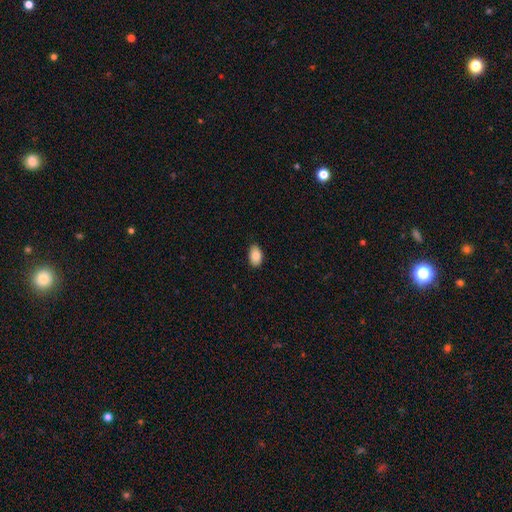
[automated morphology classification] Q: Smooth or featured?
A: smooth (84%); runner-up: featured or disk (9%)
Q: How rounded?
A: in between (91%); runner-up: round (7%)
Q: Merging?
A: none (86%); runner-up: minor disturbance (11%)